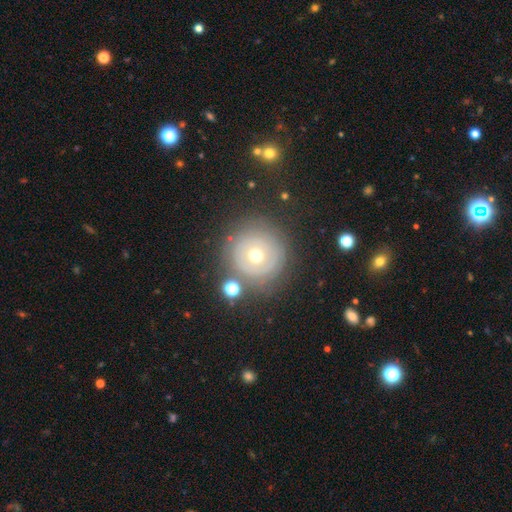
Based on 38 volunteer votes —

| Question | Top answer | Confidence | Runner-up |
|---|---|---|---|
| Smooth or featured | smooth | 55% | featured or disk (37%) |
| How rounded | round | 100% | — |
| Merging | none | 80% | minor disturbance (11%) |